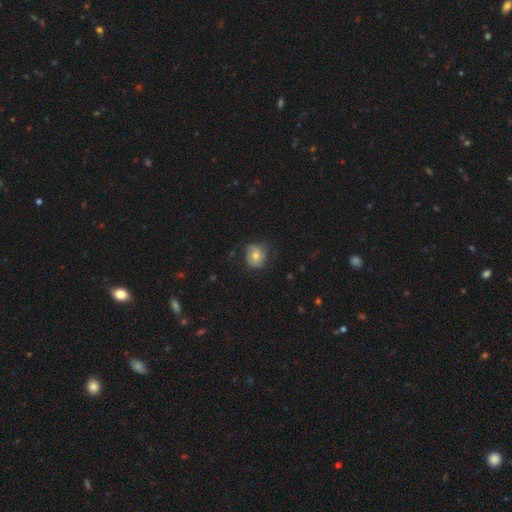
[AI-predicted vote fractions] Smooth or featured? Predicted: smooth (p=0.68). How rounded? Predicted: round (p=0.75). Merging? Predicted: none (p=0.63).